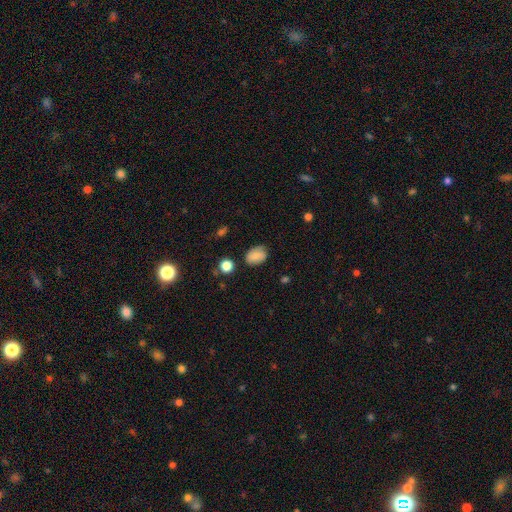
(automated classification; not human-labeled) smooth 79%, featured or disk 12%, star or artifact 9%. Down the decision tree: how rounded — in between (74%); merging — none (71%).